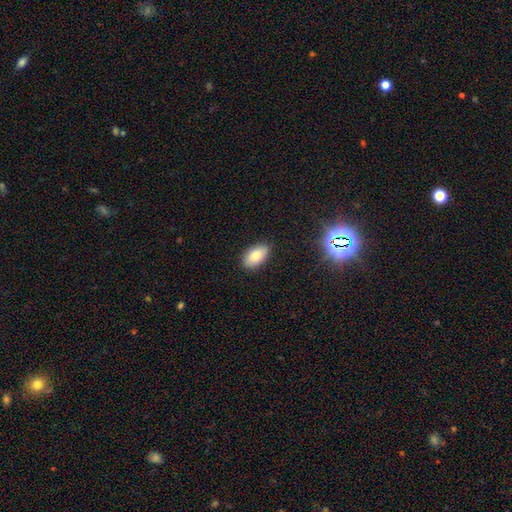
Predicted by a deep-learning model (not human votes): A smooth galaxy with no disk features (81%) that is in between round and cigar-shaped (93%).

Vote fractions:
- Smooth or featured? smooth: 81% / featured or disk: 10% / star or artifact: 9%
- How rounded? in between: 93% / round: 5% / cigar-shaped: 2%
- Merging? none: 86% / minor disturbance: 11% / major disturbance: 2% / merger: 1%